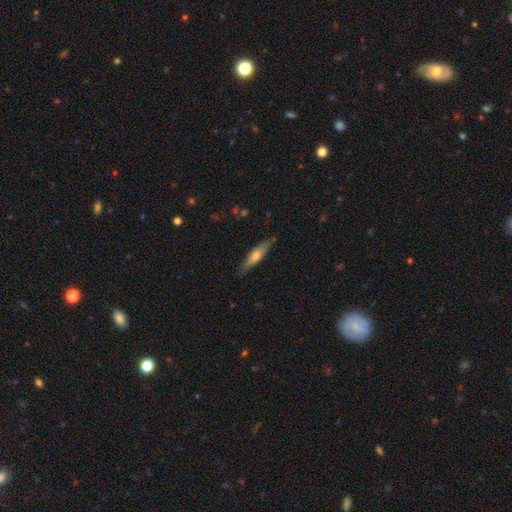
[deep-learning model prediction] A smooth galaxy with no disk features (54%) that is cigar-shaped (76%). Merging: none (82%).